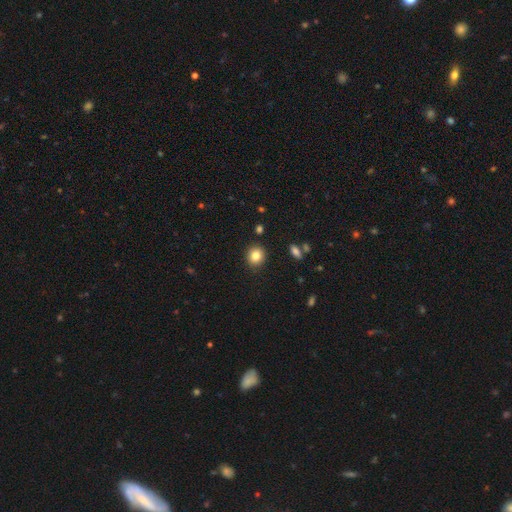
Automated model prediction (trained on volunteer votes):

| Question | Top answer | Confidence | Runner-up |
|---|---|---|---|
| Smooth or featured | smooth | 84% | star or artifact (10%) |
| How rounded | round | 77% | in between (22%) |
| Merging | none | 90% | minor disturbance (7%) |